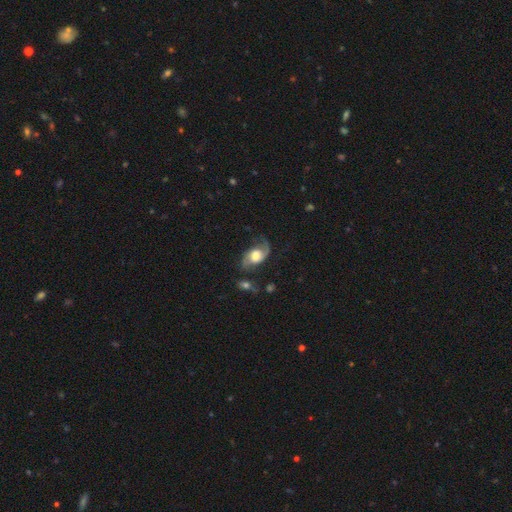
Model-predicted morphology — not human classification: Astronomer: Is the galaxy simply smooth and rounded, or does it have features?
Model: featured or disk — 72%.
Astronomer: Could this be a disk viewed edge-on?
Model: no — 96%.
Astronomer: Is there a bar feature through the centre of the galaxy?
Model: no — 61%.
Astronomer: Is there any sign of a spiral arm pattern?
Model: yes — 90%.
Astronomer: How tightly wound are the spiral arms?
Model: loose — 50% (runner-up: medium, 38%).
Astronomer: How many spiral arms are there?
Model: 2 — 81%.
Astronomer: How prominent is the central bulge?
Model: large — 46% (runner-up: moderate, 38%).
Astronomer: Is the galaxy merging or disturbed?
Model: none — 55%.